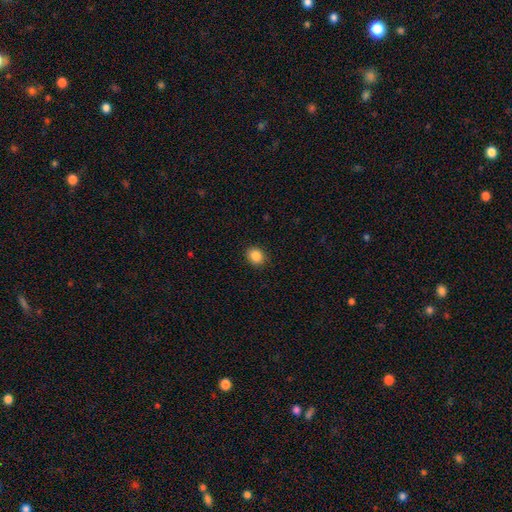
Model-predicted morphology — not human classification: type=smooth (87%); roundness=round (65%); merging=none (90%).